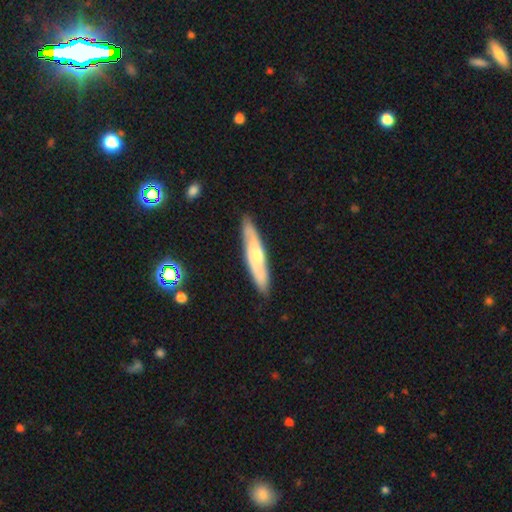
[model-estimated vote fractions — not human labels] Morphology: type=featured or disk (51%); edge-on=yes (76%); merging=none (86%).